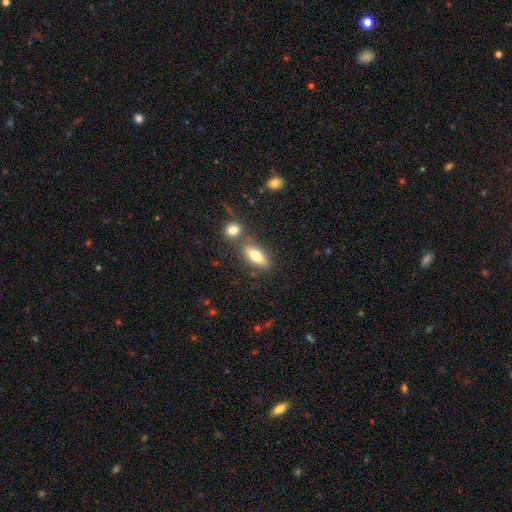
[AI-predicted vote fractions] A smooth galaxy with no disk features (70%) that is in between round and cigar-shaped (67%).

Vote fractions:
- Smooth or featured? smooth: 70% / featured or disk: 22% / star or artifact: 8%
- How rounded? in between: 67% / cigar-shaped: 29% / round: 4%
- Merging? none: 70% / merger: 15% / minor disturbance: 11% / major disturbance: 3%